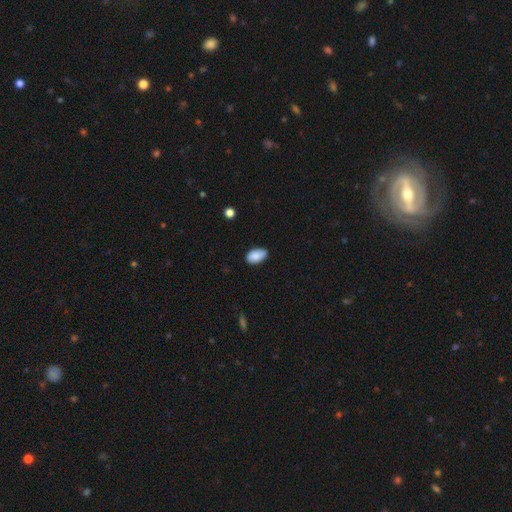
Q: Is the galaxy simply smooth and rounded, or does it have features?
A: smooth — 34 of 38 (89%).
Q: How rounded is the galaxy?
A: in between — 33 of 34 (97%).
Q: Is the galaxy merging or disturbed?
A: none — 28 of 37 (76%).